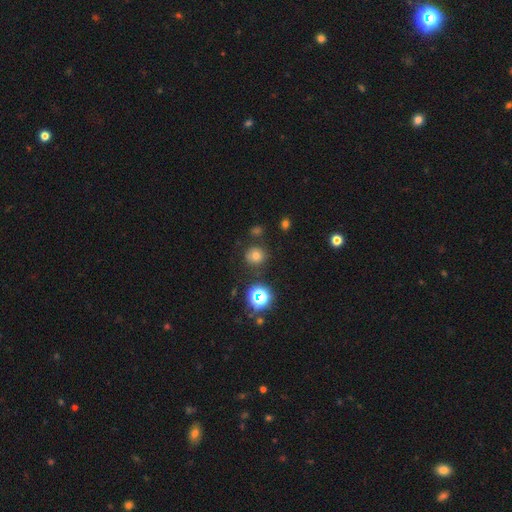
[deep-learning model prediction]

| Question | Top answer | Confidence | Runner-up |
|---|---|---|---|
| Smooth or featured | smooth | 66% | star or artifact (24%) |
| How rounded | round | 88% | in between (11%) |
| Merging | none | 82% | minor disturbance (10%) |